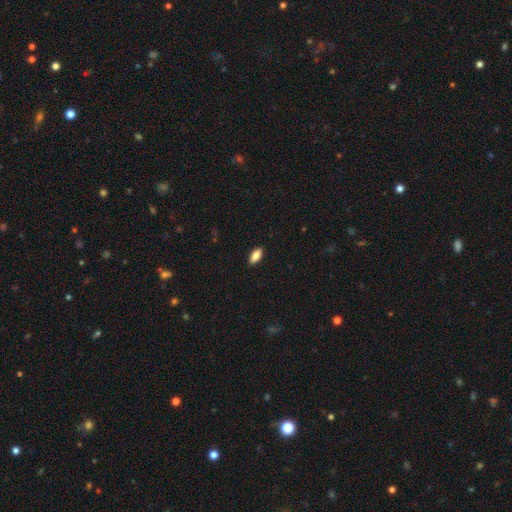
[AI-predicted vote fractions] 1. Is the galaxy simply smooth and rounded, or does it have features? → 84% smooth, 9% featured or disk, 7% star or artifact.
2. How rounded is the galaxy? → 87% in between, 11% cigar-shaped, 3% round.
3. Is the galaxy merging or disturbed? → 89% none, 8% minor disturbance, 2% major disturbance, 1% merger.